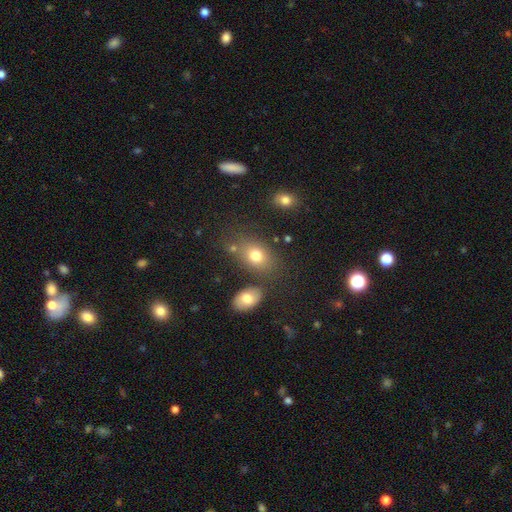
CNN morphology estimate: This appears to be a smooth galaxy with no disk features (75%) that is in between round and cigar-shaped (74%). Merging: none (68%).